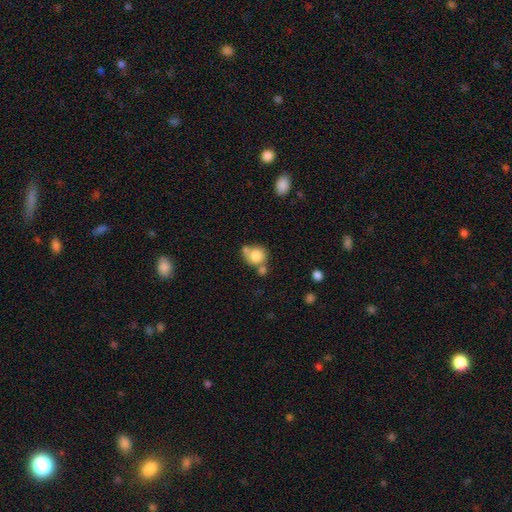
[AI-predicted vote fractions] Q: Smooth or featured?
A: smooth (79%); runner-up: featured or disk (12%)
Q: How rounded?
A: round (83%); runner-up: in between (16%)
Q: Merging?
A: none (47%); runner-up: merger (33%)